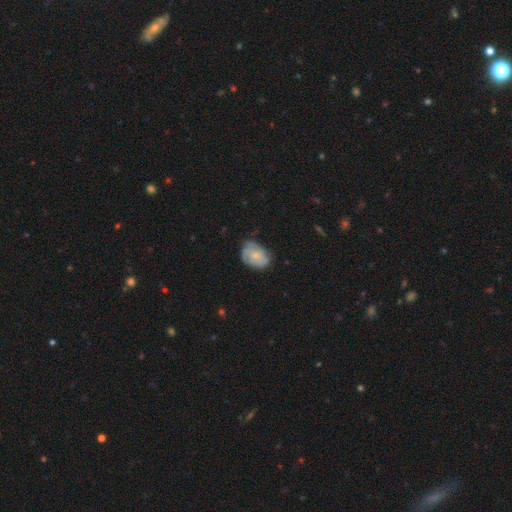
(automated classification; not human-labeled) Smooth or featured?
  - smooth: 52% *
  - featured or disk: 41%
  - star or artifact: 7%
How rounded?
  - in between: 72% *
  - round: 27%
  - cigar-shaped: 1%
Merging?
  - none: 55% *
  - minor disturbance: 33%
  - major disturbance: 11%
  - merger: 2%